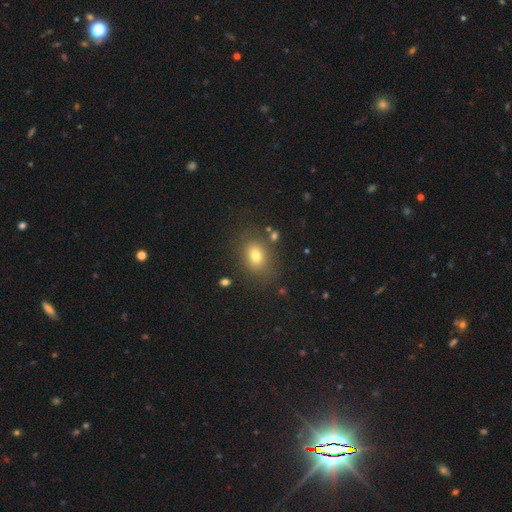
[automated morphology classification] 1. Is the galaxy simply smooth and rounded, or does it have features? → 74% smooth, 13% star or artifact, 12% featured or disk.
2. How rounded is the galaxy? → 62% in between, 37% round, 1% cigar-shaped.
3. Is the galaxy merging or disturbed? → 76% none, 14% minor disturbance, 6% major disturbance, 4% merger.